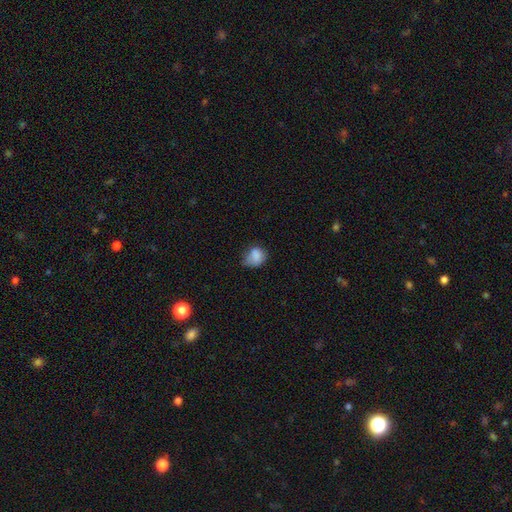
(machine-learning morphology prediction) A smooth galaxy with no disk features (80%) that is round (56%). Merging: minor disturbance (41%).